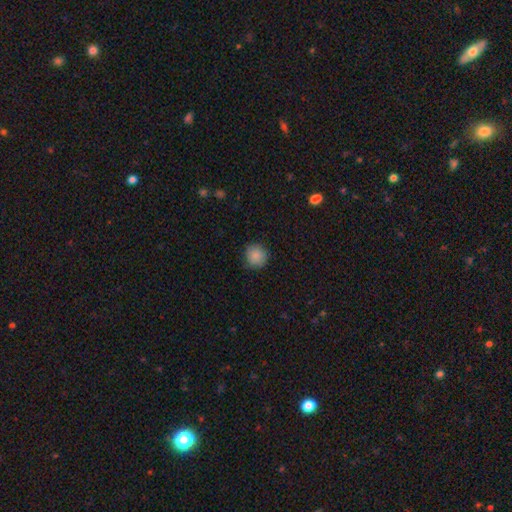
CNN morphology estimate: Smooth or featured? Predicted: smooth (p=0.87). How rounded? Predicted: round (p=0.93). Merging? Predicted: none (p=0.86).